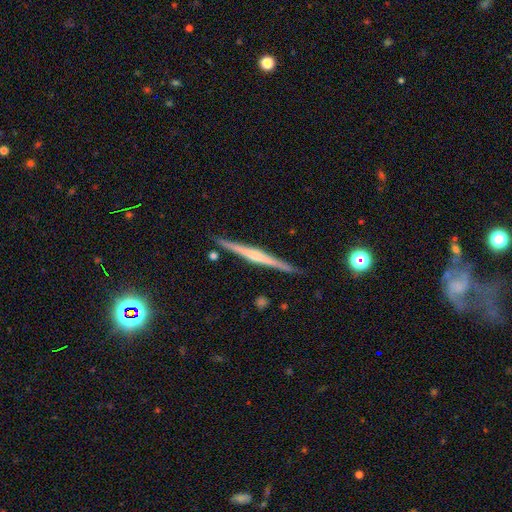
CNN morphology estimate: Smooth or featured: featured or disk — 72% (smooth — 22%)
Edge-on disk: yes — 98% (no — 2%)
Edge-on bulge: rounded — 52% (none — 35%)
Merging: none — 90% (minor disturbance — 7%)